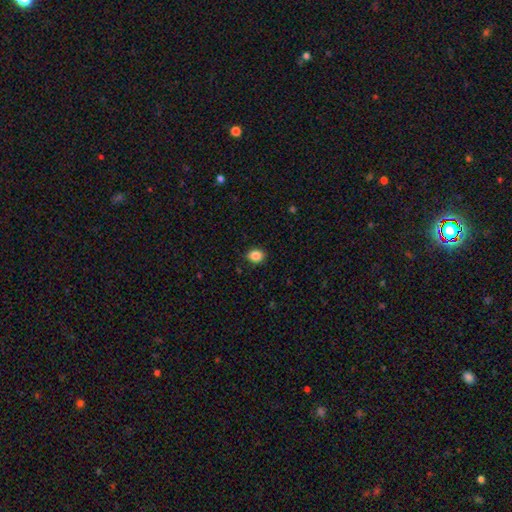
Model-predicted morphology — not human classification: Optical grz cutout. It shows a smooth galaxy with no disk features (86%) that is round (55%). Merging: none (88%).